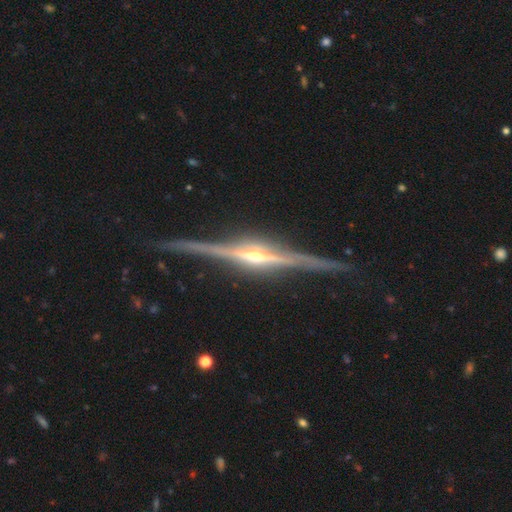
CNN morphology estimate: Smooth or featured: featured or disk — 91% (star or artifact — 5%)
Edge-on disk: yes — 98% (no — 2%)
Edge-on bulge: rounded — 87% (boxy — 8%)
Merging: none — 88% (minor disturbance — 9%)